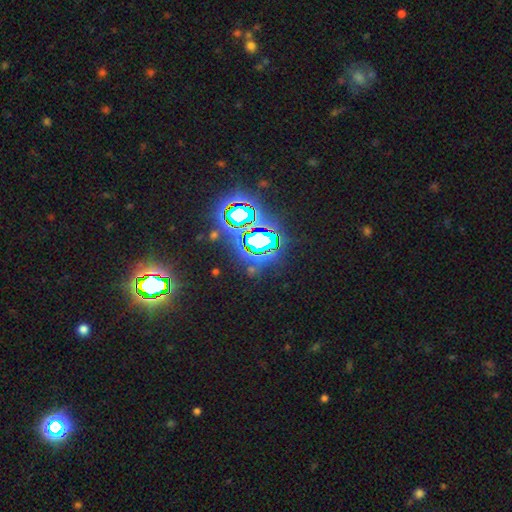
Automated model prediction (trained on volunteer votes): The model was most divided on "smooth or featured": star or artifact: 81%, smooth: 11%, featured or disk: 8%.